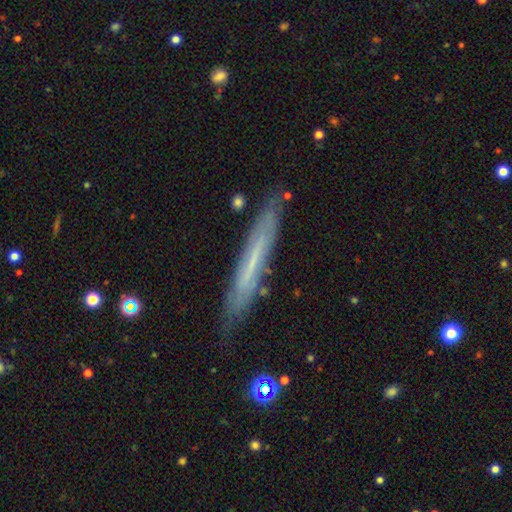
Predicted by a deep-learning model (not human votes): The model was most divided on "smooth or featured": featured or disk: 48%, smooth: 44%, star or artifact: 8%. More confident: merging — none (84%).